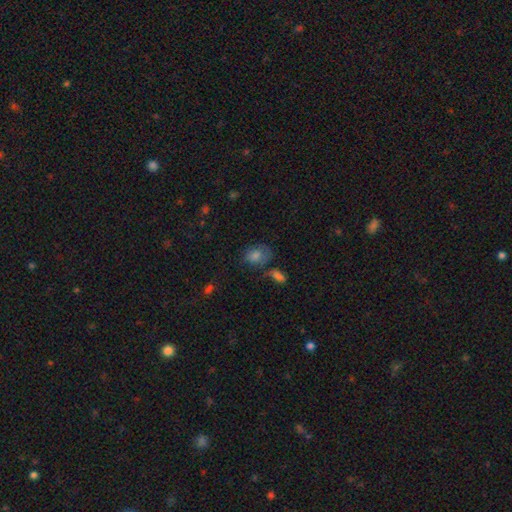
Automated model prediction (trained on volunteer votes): Smooth or featured? Predicted: smooth (p=0.64). How rounded? Predicted: in between (p=0.69). Merging? Predicted: none (p=0.51).